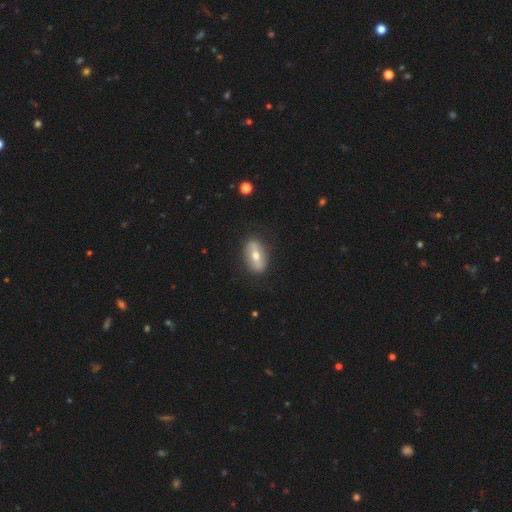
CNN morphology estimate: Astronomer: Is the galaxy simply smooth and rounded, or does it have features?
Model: smooth — 47% (runner-up: featured or disk, 46%).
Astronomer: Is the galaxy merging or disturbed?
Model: none — 84%.